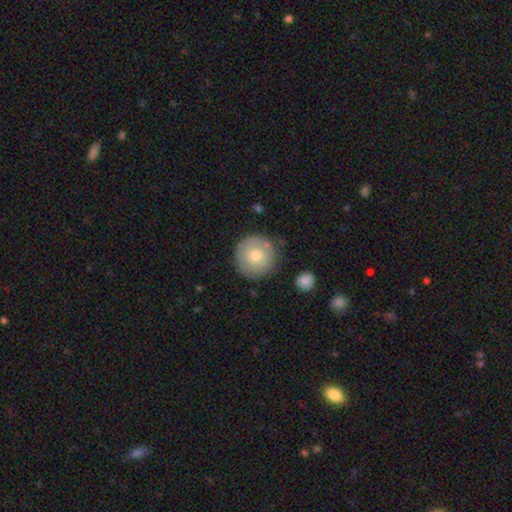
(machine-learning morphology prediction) Overall: smooth (69%). How rounded: round (95%). Merging: none (82%).